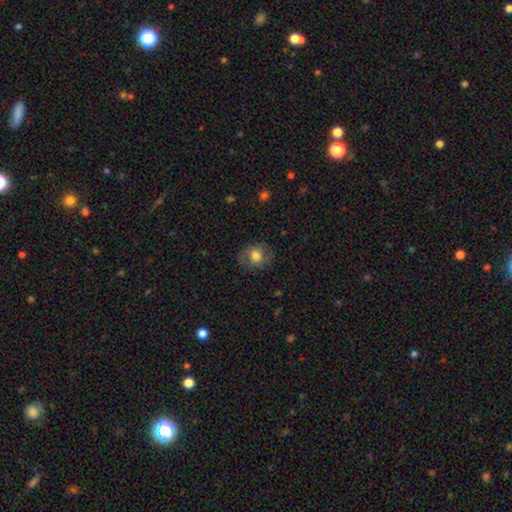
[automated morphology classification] type=smooth (70%); roundness=round (61%); merging=none (78%).